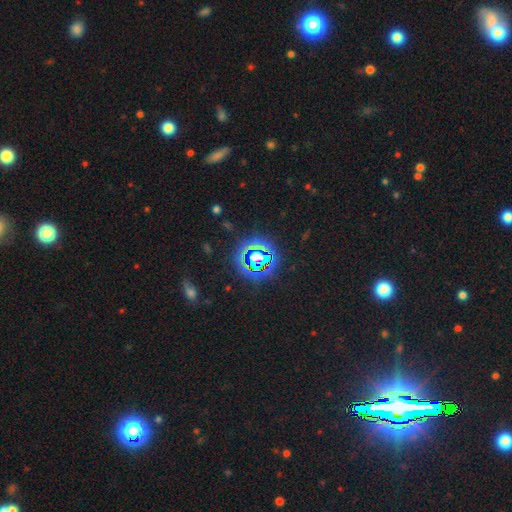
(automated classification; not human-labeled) This appears to be a star or artifact, not a galaxy (70%).